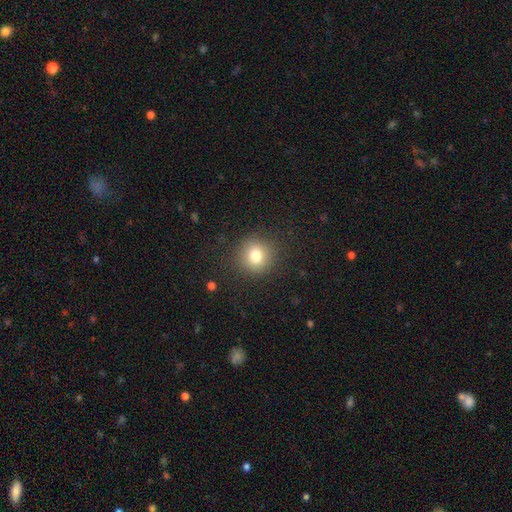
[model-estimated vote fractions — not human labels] Smooth or featured? Predicted: smooth (p=0.78). How rounded? Predicted: round (p=0.89). Merging? Predicted: none (p=0.88).